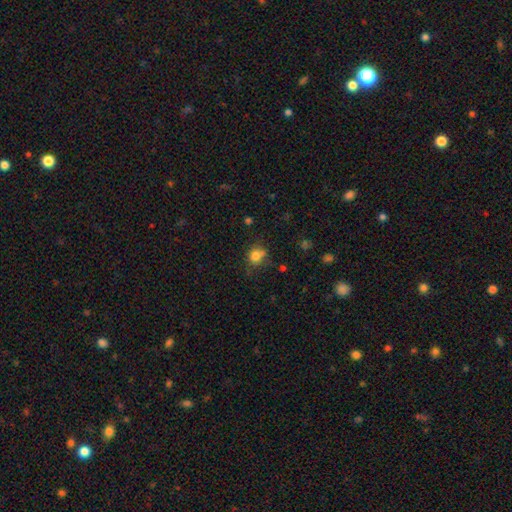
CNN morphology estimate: A smooth galaxy with no disk features (80%) that is round (71%).

Vote fractions:
- Smooth or featured? smooth: 80% / star or artifact: 13% / featured or disk: 8%
- How rounded? round: 71% / in between: 28% / cigar-shaped: 1%
- Merging? none: 56% / minor disturbance: 24% / merger: 10% / major disturbance: 9%